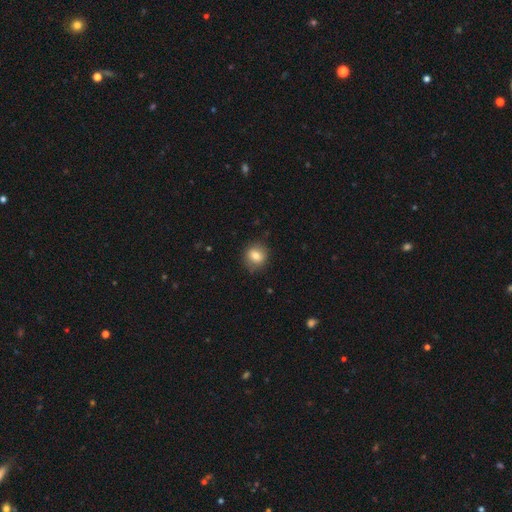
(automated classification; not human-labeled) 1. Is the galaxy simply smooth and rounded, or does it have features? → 80% smooth, 11% featured or disk, 9% star or artifact.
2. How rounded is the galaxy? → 76% round, 23% in between, 1% cigar-shaped.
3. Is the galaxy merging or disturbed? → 84% none, 12% minor disturbance, 3% major disturbance, 1% merger.